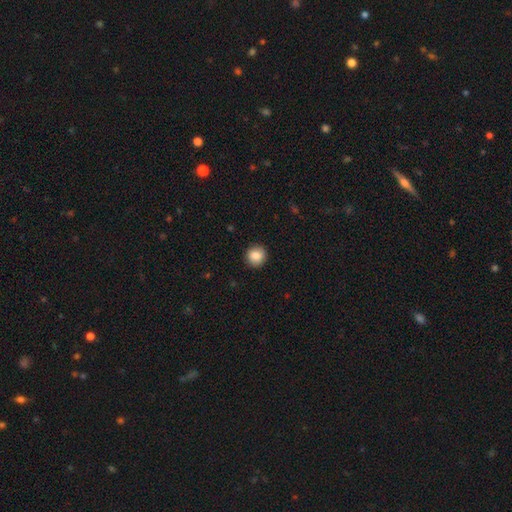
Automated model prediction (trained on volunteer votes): This appears to be a smooth galaxy with no disk features (85%) that is round (91%). Merging: none (90%).